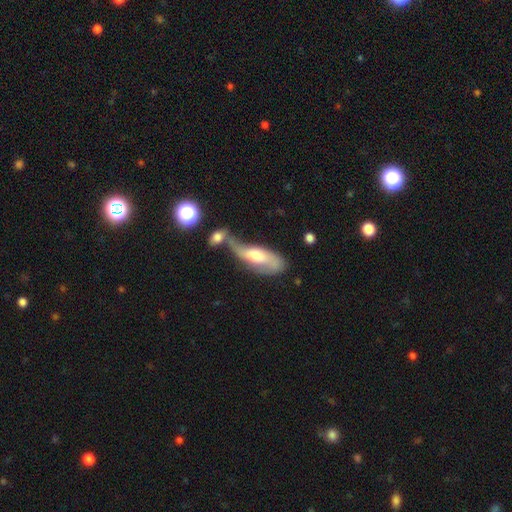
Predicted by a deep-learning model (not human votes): A featured or disk galaxy (50%).

Vote fractions:
- Smooth or featured? featured or disk: 50% / smooth: 43% / star or artifact: 7%
- Merging? merger: 44% / none: 24% / minor disturbance: 17% / major disturbance: 15%